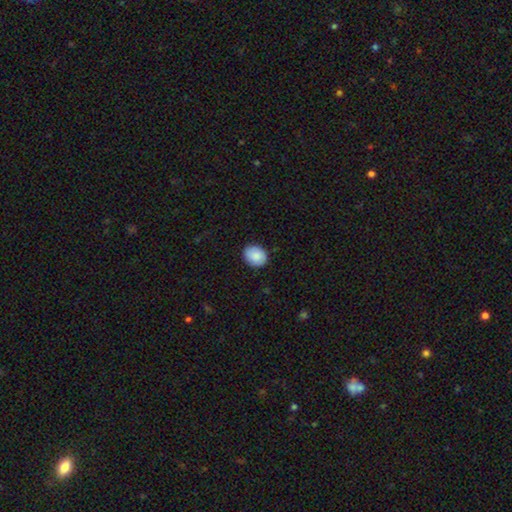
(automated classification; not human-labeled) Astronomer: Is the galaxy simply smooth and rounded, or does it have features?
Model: smooth — 87%.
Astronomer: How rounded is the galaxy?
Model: round — 54% (runner-up: in between, 45%).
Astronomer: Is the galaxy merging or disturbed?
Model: none — 88%.